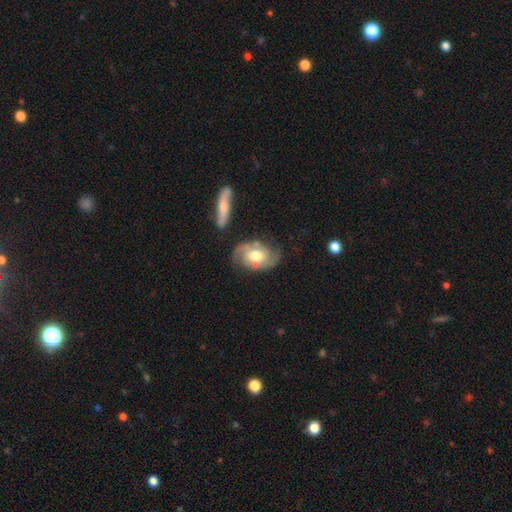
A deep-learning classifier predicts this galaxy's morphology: smooth_or_featured: featured or disk (p=0.77) [alt: smooth p=0.17]
disk_edge_on: no (p=0.95) [alt: yes p=0.05]
bar: no (p=0.58) [alt: weak p=0.34]
has_spiral_arms: yes (p=0.93) [alt: no p=0.07]
spiral_winding: medium (p=0.47) [alt: tight p=0.36]
spiral_arm_count: 2 (p=0.77) [alt: can't tell p=0.09]
bulge_size: moderate (p=0.67) [alt: large p=0.22]
merging: none (p=0.70) [alt: minor disturbance p=0.19]